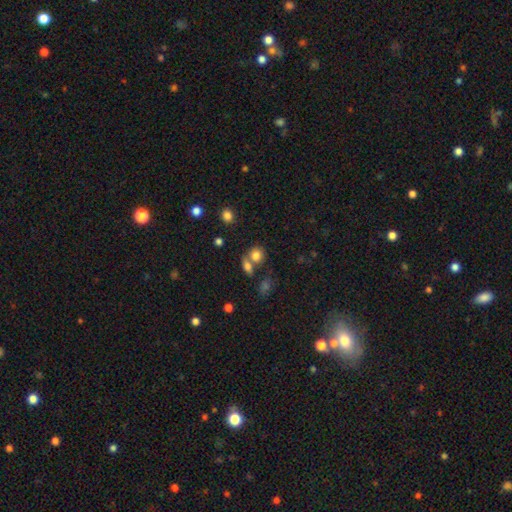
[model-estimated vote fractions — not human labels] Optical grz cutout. It shows a smooth galaxy with no disk features (79%) that is round (72%). Merging: none (50%).